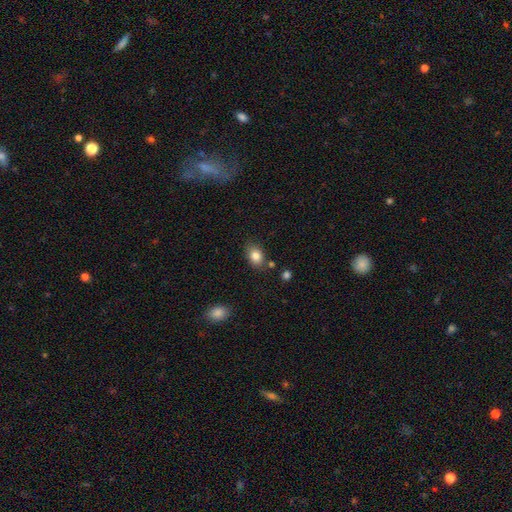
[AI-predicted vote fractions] Morphology: type=smooth (83%); roundness=in between (71%); merging=none (78%).